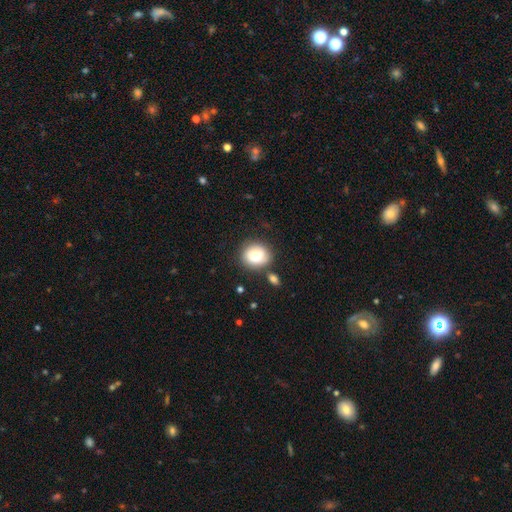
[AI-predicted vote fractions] Smooth or featured? smooth (82%)
How rounded? round (74%)
Merging? none (72%)